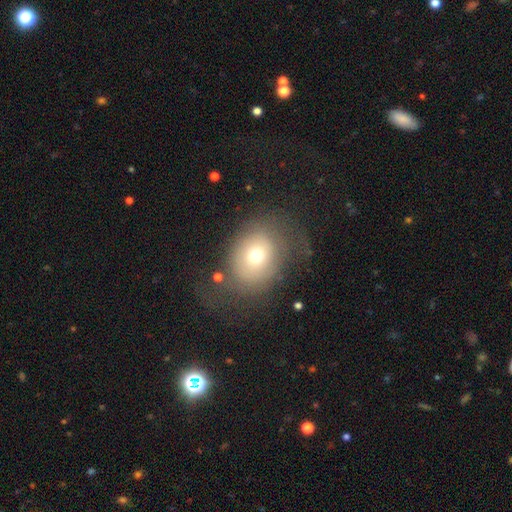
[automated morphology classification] Overall: smooth (66%). How rounded: round (53%; in between 46%). Merging: none (58%; major disturbance 20%).